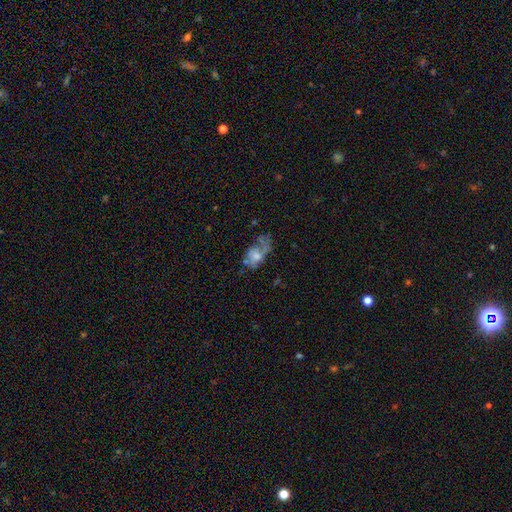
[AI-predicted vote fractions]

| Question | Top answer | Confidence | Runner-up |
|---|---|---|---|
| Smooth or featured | featured or disk | 54% | smooth (34%) |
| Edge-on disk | no | 94% | yes (6%) |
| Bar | no | 79% | weak (18%) |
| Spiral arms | yes | 50% | tied: no (50%) |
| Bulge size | moderate | 46% | small (36%) |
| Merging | none | 37% | major disturbance (34%) |